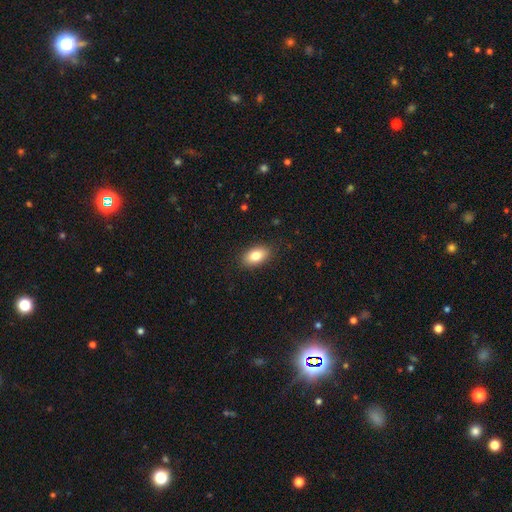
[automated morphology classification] A smooth galaxy with no disk features (82%) that is in between round and cigar-shaped (91%). Merging: none (88%).